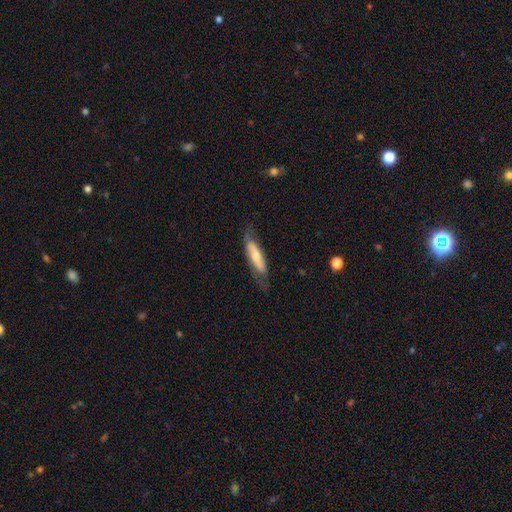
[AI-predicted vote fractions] A smooth galaxy with no disk features (48%).

Vote fractions:
- Smooth or featured? smooth: 48% / featured or disk: 46% / star or artifact: 6%
- Merging? none: 66% / minor disturbance: 22% / major disturbance: 10% / merger: 1%